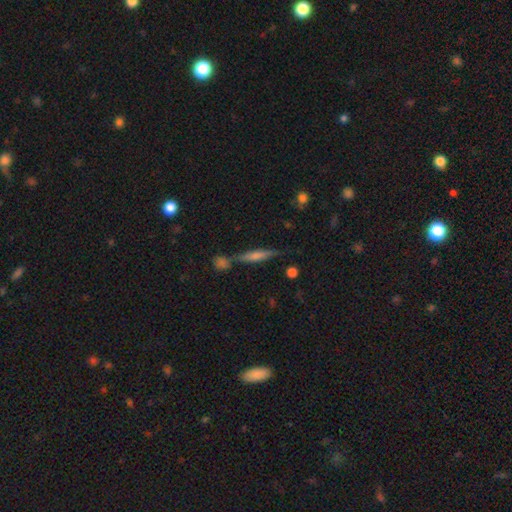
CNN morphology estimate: Q: Smooth or featured?
A: featured or disk (49%); runner-up: smooth (42%)
Q: Merging?
A: none (71%); runner-up: merger (15%)